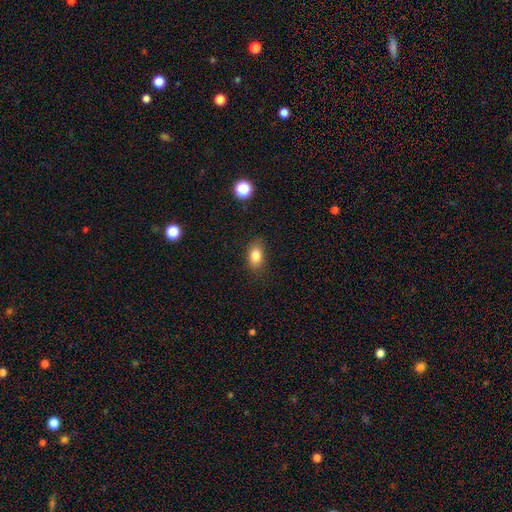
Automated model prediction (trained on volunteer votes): Morphology: type=smooth (83%); roundness=in between (84%); merging=none (83%).